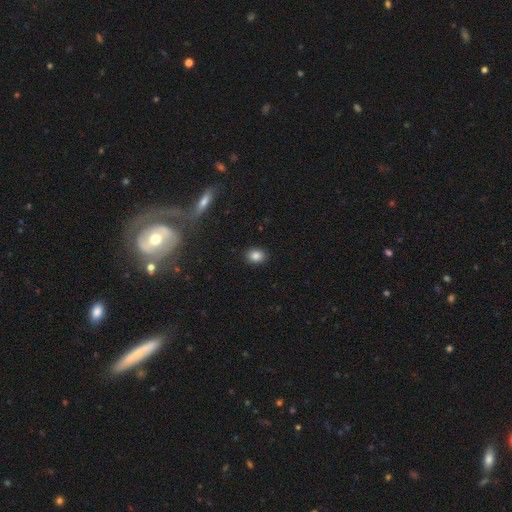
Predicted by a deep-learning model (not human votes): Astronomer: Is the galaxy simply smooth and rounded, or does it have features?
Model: smooth — 85%.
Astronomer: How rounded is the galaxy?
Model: in between — 53% (runner-up: round, 46%).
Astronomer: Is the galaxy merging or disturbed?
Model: none — 90%.